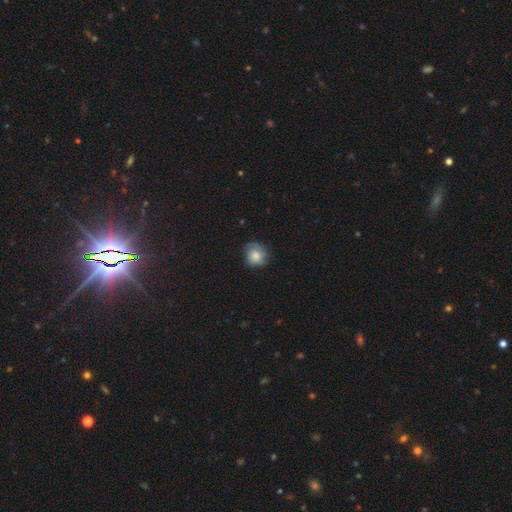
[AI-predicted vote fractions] Q: Smooth or featured?
A: smooth (76%); runner-up: featured or disk (16%)
Q: How rounded?
A: round (83%); runner-up: in between (16%)
Q: Merging?
A: none (69%); runner-up: minor disturbance (24%)